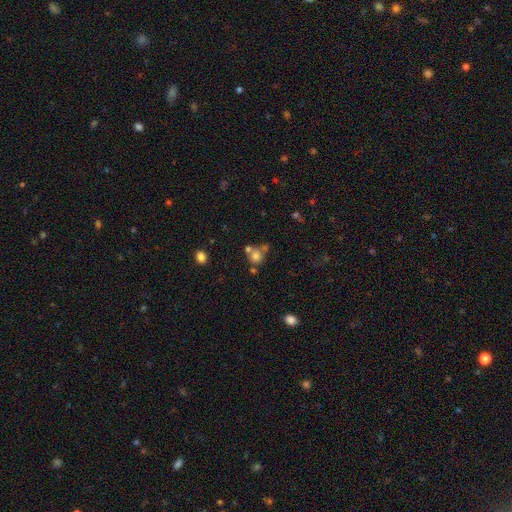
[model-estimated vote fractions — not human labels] Smooth or featured? Predicted: smooth (p=0.72). How rounded? Predicted: round (p=0.85). Merging? Predicted: none (p=0.51).